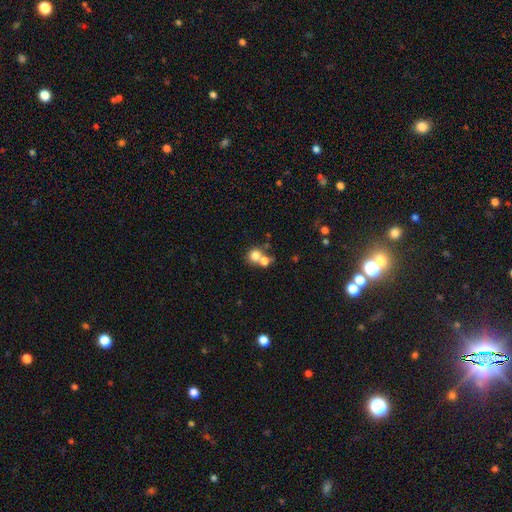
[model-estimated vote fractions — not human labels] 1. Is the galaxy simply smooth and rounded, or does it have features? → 75% smooth, 13% featured or disk, 12% star or artifact.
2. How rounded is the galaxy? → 81% round, 18% in between, 1% cigar-shaped.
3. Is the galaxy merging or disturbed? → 51% merger, 39% none, 7% minor disturbance, 4% major disturbance.